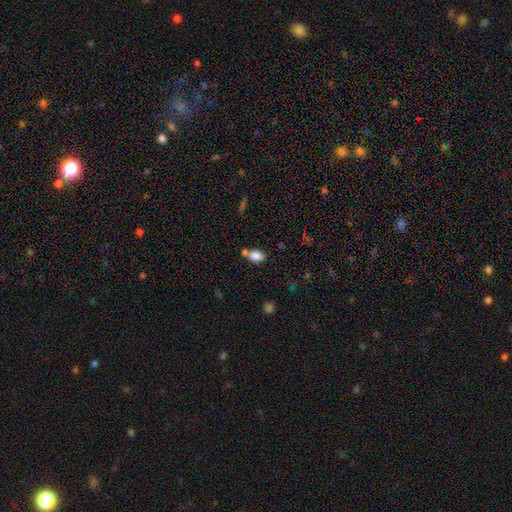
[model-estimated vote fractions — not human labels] Morphology: type=smooth (83%); roundness=in between (81%); merging=none (59%).